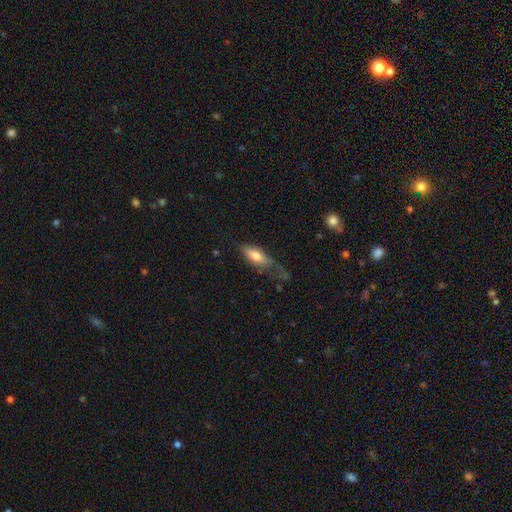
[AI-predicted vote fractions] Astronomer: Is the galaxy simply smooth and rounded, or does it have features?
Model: smooth — 73%.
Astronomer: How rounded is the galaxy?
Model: in between — 77%.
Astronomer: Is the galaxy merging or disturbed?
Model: none — 35% (runner-up: minor disturbance, 31%).